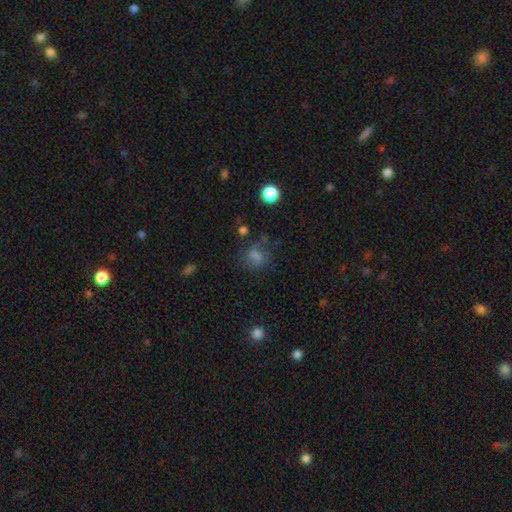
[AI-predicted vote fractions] Smooth or featured?
  - smooth: 55% *
  - star or artifact: 24%
  - featured or disk: 21%
How rounded?
  - round: 65% *
  - in between: 34%
  - cigar-shaped: 1%
Merging?
  - none: 67% *
  - minor disturbance: 18%
  - major disturbance: 11%
  - merger: 4%